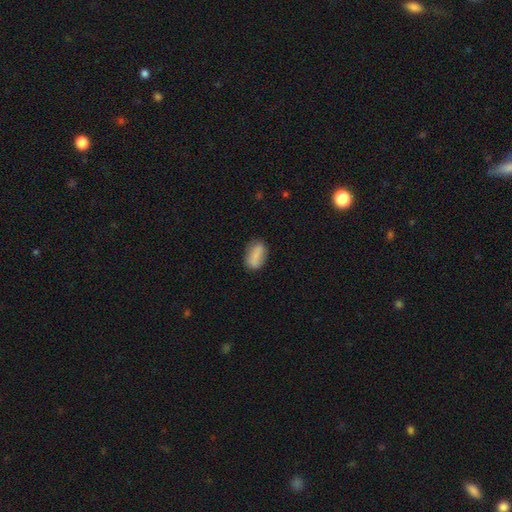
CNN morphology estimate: smooth 82%, featured or disk 11%, star or artifact 7%. Down the decision tree: how rounded — in between (87%); merging — none (75%).